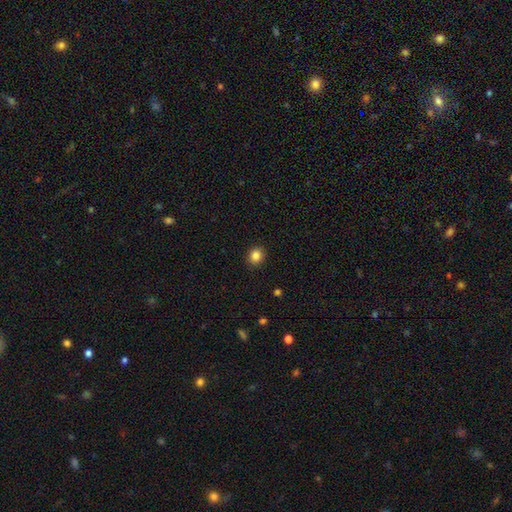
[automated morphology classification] type=smooth (85%); roundness=round (78%); merging=none (91%).